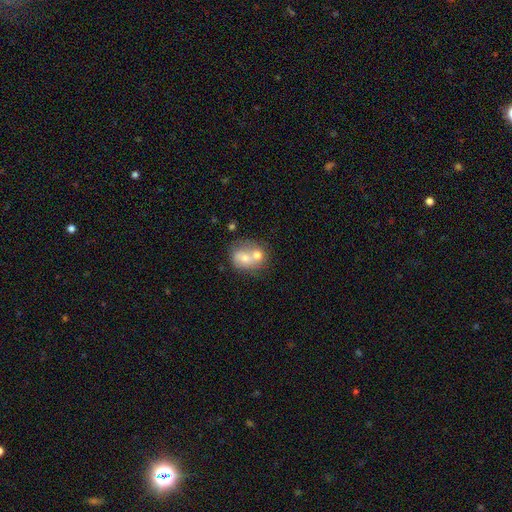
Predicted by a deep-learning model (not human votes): Smooth or featured? smooth (58%)
How rounded? round (61%)
Merging? merger (63%)